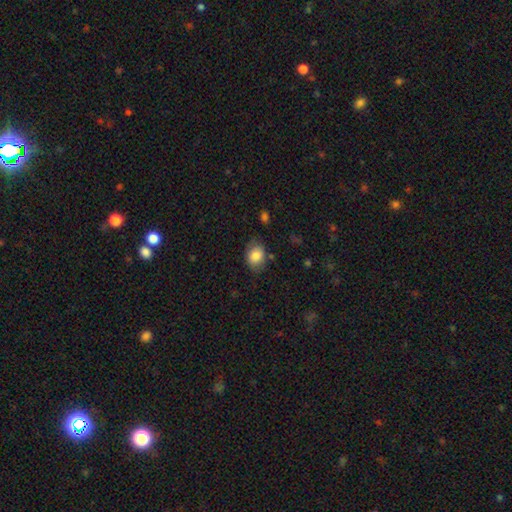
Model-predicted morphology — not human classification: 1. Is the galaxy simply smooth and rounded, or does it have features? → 83% smooth, 9% featured or disk, 8% star or artifact.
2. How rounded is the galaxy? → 65% in between, 34% round, 1% cigar-shaped.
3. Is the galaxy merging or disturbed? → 74% none, 19% minor disturbance, 5% major disturbance, 2% merger.